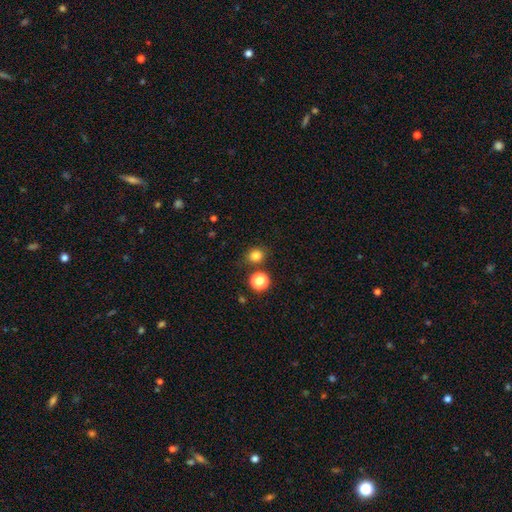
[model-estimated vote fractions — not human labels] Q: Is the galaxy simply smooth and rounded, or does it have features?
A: smooth — 81%.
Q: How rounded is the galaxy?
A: round — 77%.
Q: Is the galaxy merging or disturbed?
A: none — 80%.